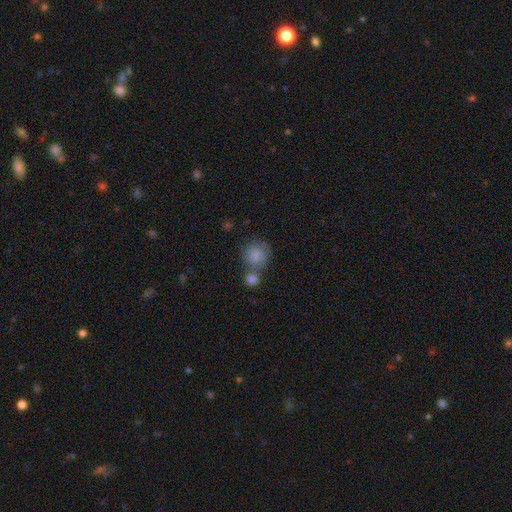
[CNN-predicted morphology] A smooth galaxy with no disk features (80%) that is round (80%). Merging: none (47%).